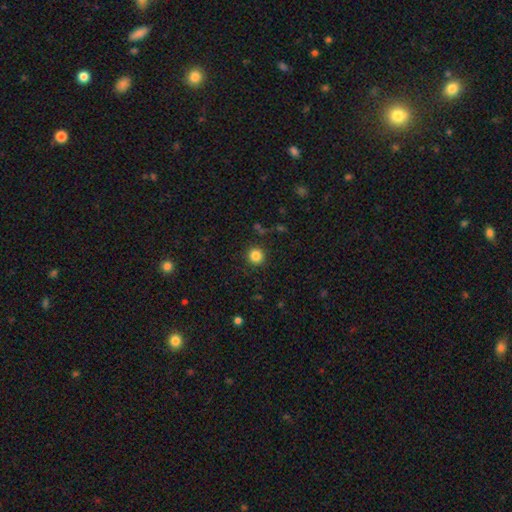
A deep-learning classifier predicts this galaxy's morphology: type=smooth (85%); roundness=round (93%); merging=none (89%).